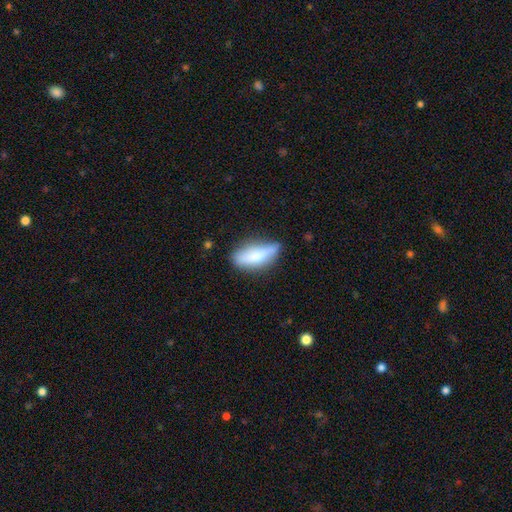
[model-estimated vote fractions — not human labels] A smooth galaxy with no disk features (67%) that is in between round and cigar-shaped (55%).

Vote fractions:
- Smooth or featured? smooth: 67% / featured or disk: 26% / star or artifact: 7%
- How rounded? in between: 55% / cigar-shaped: 43% / round: 2%
- Merging? none: 63% / minor disturbance: 27% / major disturbance: 7% / merger: 3%